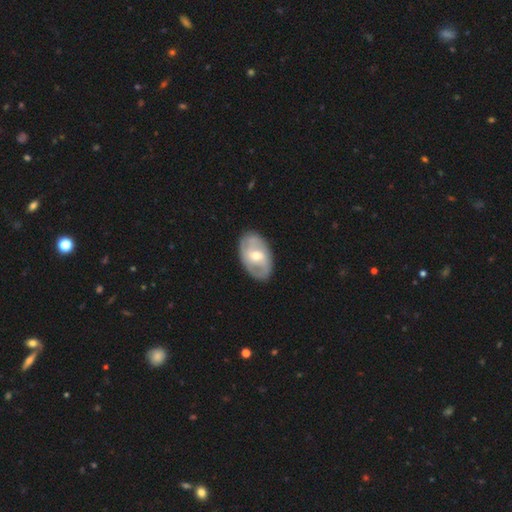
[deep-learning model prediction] Smooth or featured?
  - featured or disk: 66% *
  - smooth: 29%
  - star or artifact: 5%
Edge-on disk?
  - no: 94% *
  - yes: 6%
Bar?
  - no: 43% *
  - weak: 42%
  - strong: 15%
Spiral arms?
  - yes: 70% *
  - no: 30%
Bulge size?
  - moderate: 65% *
  - small: 29%
  - large: 4%
  - none: 1%
  - dominant: 1%
Merging?
  - none: 81% *
  - minor disturbance: 14%
  - major disturbance: 4%
  - merger: 1%